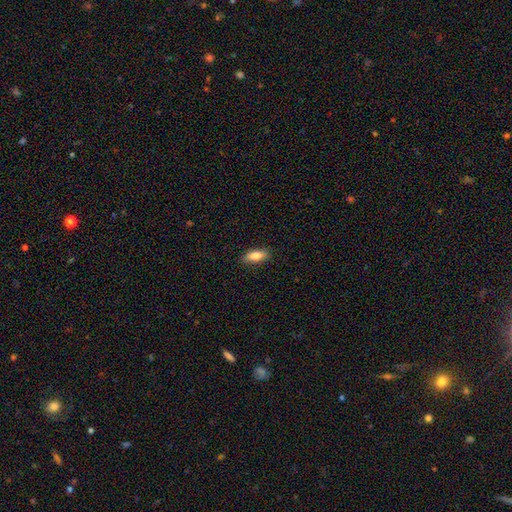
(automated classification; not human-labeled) Smooth or featured? smooth (82%)
How rounded? in between (72%)
Merging? none (87%)